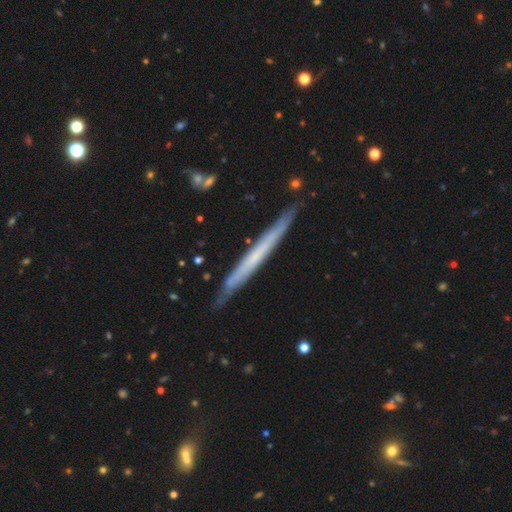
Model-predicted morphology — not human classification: Smooth or featured?
  - featured or disk: 57% *
  - smooth: 37%
  - star or artifact: 6%
Edge-on disk?
  - yes: 95% *
  - no: 5%
Edge-on bulge?
  - none: 88% *
  - rounded: 9%
  - boxy: 3%
Merging?
  - none: 87% *
  - minor disturbance: 10%
  - major disturbance: 2%
  - merger: 2%